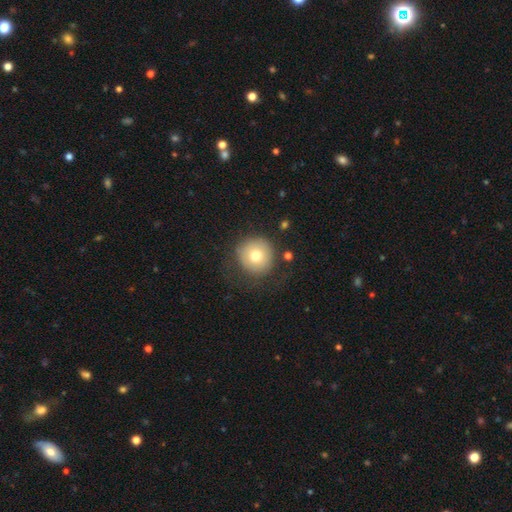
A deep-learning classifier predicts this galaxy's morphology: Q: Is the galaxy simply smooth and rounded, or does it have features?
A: smooth — 74%.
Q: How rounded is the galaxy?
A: round — 94%.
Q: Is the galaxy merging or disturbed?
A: none — 73%.